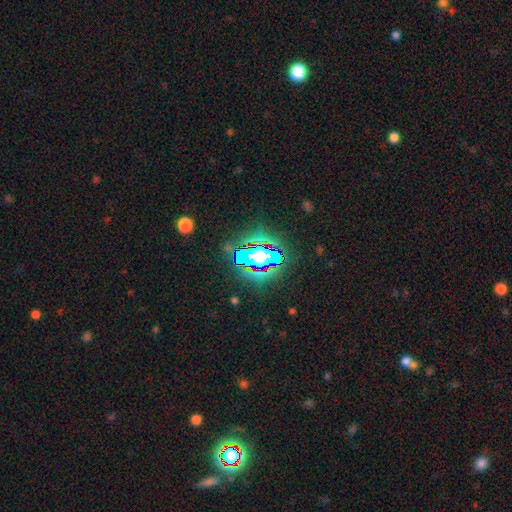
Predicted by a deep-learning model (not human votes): Smooth or featured?
  - star or artifact: 60% *
  - smooth: 25%
  - featured or disk: 15%